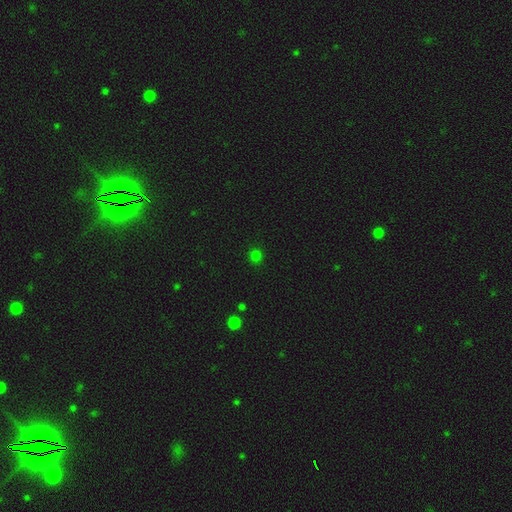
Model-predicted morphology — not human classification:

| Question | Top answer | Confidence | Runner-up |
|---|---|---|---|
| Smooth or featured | smooth | 76% | star or artifact (20%) |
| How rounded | round | 90% | in between (9%) |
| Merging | none | 90% | minor disturbance (6%) |